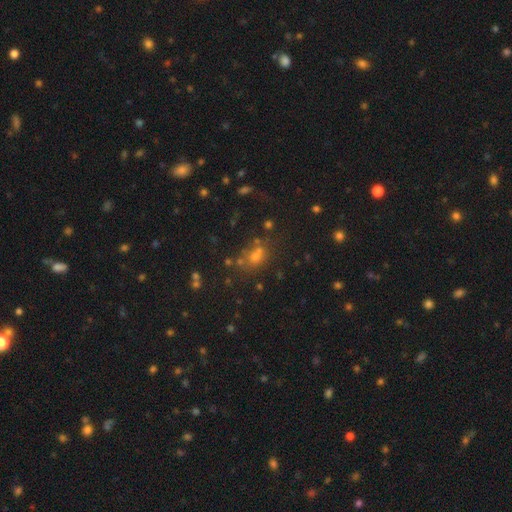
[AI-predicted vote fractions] The model was most divided on "smooth or featured": smooth: 55%, star or artifact: 33%, featured or disk: 13%. More confident: merging — none (61%); how rounded — round (61%).